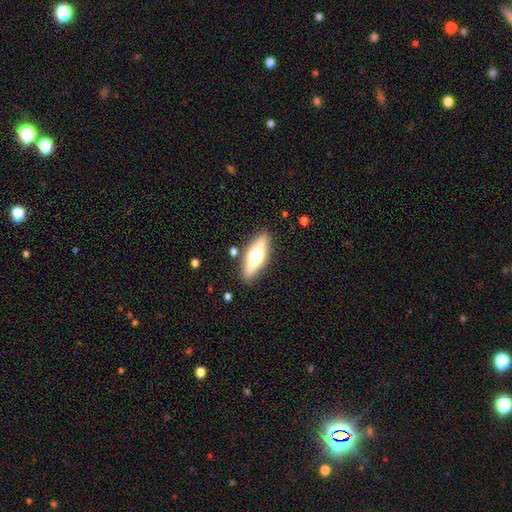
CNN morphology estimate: This is possibly a featured or disk galaxy (50%). Merging: clearly none (86%).